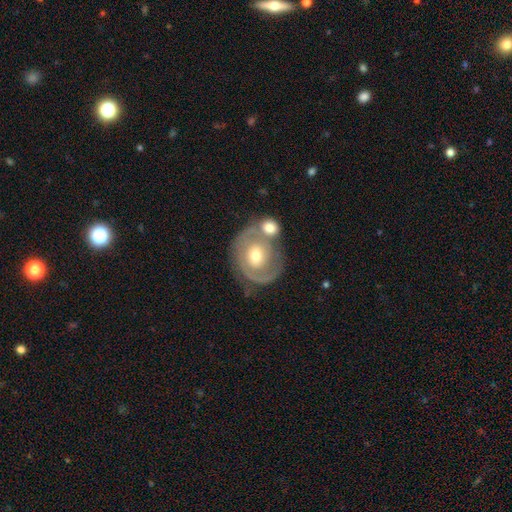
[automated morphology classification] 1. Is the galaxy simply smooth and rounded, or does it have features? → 70% featured or disk, 25% smooth, 5% star or artifact.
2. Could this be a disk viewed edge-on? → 97% no, 3% yes.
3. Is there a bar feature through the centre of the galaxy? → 73% no, 22% weak, 6% strong.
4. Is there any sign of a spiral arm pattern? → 70% yes, 30% no.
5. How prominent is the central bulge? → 71% moderate, 17% small, 9% large, 1% none, 1% dominant.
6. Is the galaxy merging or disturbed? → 40% none, 37% merger, 14% minor disturbance, 9% major disturbance.